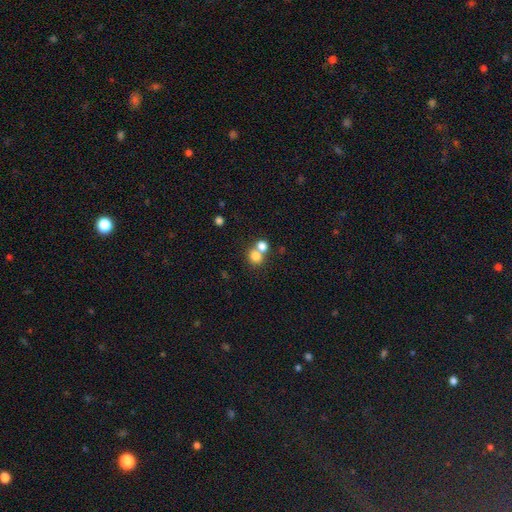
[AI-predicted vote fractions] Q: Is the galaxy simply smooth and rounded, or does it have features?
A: smooth — 77%.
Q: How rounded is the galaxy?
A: round — 77%.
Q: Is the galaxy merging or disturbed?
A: merger — 49%.